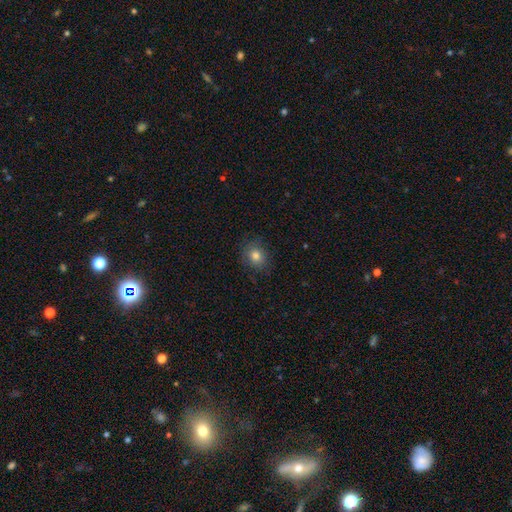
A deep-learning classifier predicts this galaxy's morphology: smooth 81%, star or artifact 11%, featured or disk 8%. Down the decision tree: how rounded — round (72%); merging — none (84%).